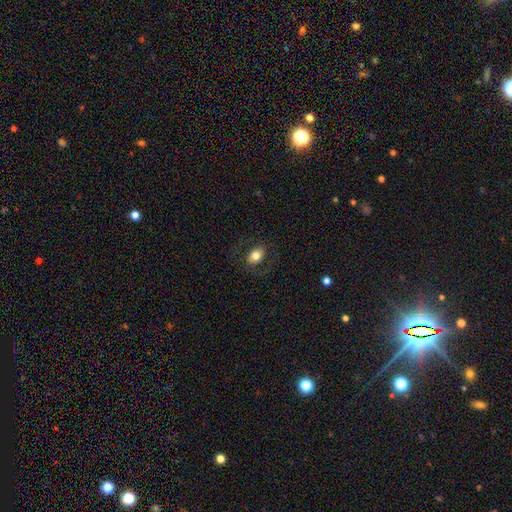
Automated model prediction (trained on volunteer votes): smooth-or-featured: smooth: 69% | featured or disk: 22% | star or artifact: 8%
  how-rounded: in between: 79% | round: 19% | cigar-shaped: 1%
  merging: none: 79% | minor disturbance: 12% | major disturbance: 8% | merger: 1%